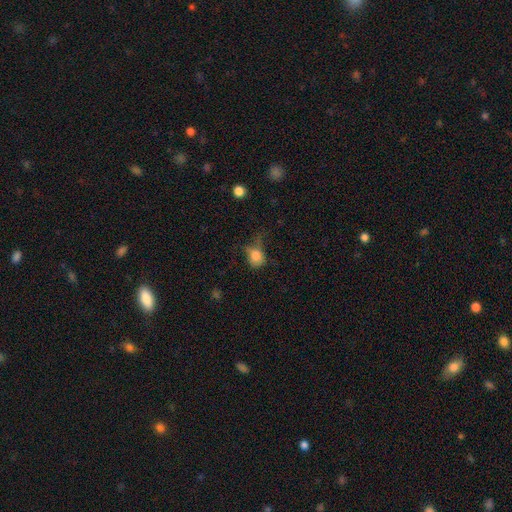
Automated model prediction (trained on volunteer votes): A smooth galaxy with no disk features (78%) that is round (58%).

Vote fractions:
- Smooth or featured? smooth: 78% / star or artifact: 11% / featured or disk: 11%
- How rounded? round: 58% / in between: 40% / cigar-shaped: 2%
- Merging? none: 40% / minor disturbance: 32% / major disturbance: 25% / merger: 3%